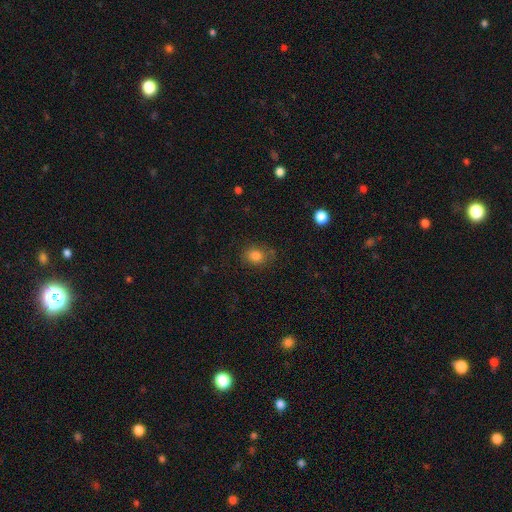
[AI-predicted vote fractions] The model was most divided on "how rounded": round: 53%, in between: 46%, cigar-shaped: 1%. More confident: smooth or featured — smooth (81%); merging — none (73%).